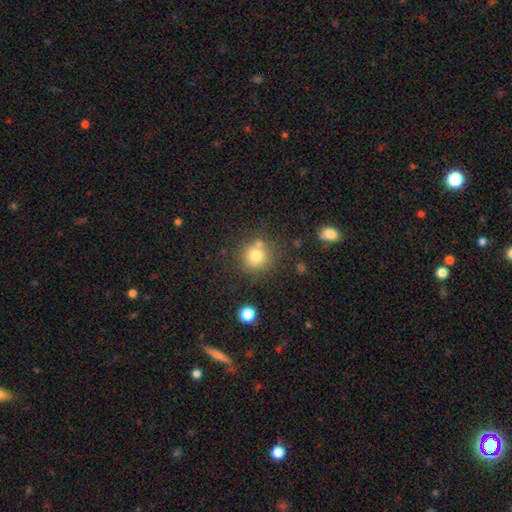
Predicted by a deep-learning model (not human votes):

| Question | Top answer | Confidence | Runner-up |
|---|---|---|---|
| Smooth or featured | smooth | 78% | star or artifact (12%) |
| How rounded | round | 91% | in between (8%) |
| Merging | none | 70% | merger (14%) |